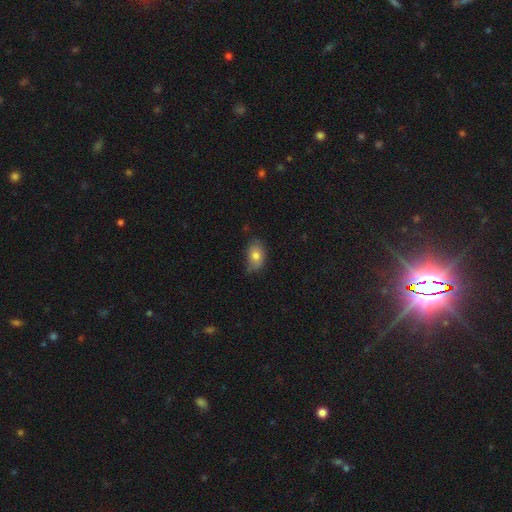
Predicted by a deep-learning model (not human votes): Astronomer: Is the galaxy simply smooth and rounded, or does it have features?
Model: smooth — 78%.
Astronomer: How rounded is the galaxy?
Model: in between — 87%.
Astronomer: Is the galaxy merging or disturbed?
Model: none — 65%.